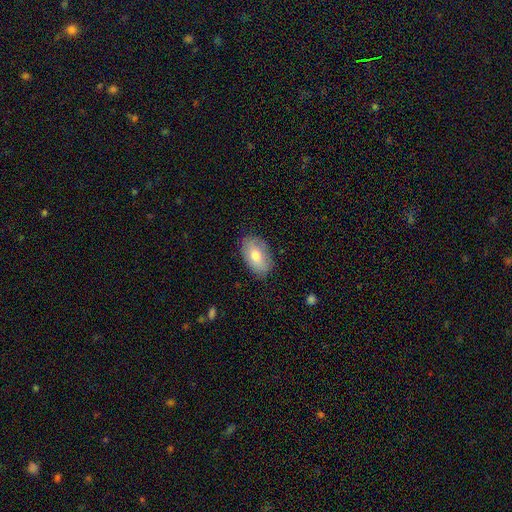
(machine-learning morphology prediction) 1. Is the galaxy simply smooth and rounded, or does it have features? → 75% smooth, 19% featured or disk, 7% star or artifact.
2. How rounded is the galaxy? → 92% in between, 7% round, 1% cigar-shaped.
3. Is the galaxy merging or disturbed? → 83% none, 13% minor disturbance, 3% major disturbance, 1% merger.